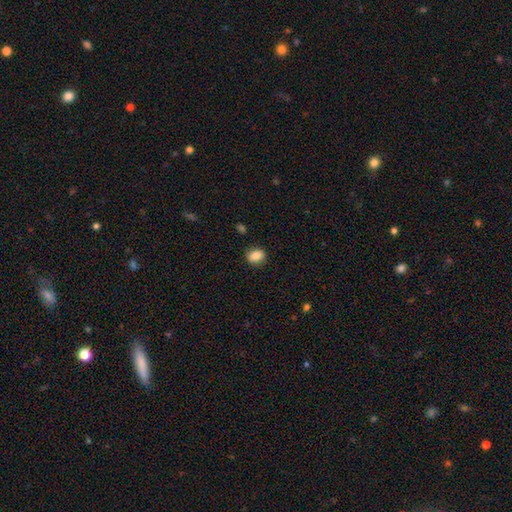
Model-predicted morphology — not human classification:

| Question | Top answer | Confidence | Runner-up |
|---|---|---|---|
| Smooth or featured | smooth | 84% | star or artifact (9%) |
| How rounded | round | 54% | in between (45%) |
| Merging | none | 87% | minor disturbance (10%) |